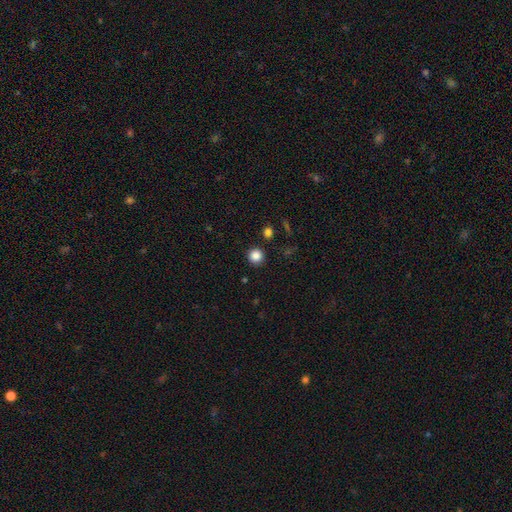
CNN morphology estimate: Smooth or featured?
  - smooth: 86% *
  - star or artifact: 10%
  - featured or disk: 3%
How rounded?
  - round: 94% *
  - in between: 5%
  - cigar-shaped: 1%
Merging?
  - none: 91% *
  - minor disturbance: 5%
  - merger: 2%
  - major disturbance: 2%